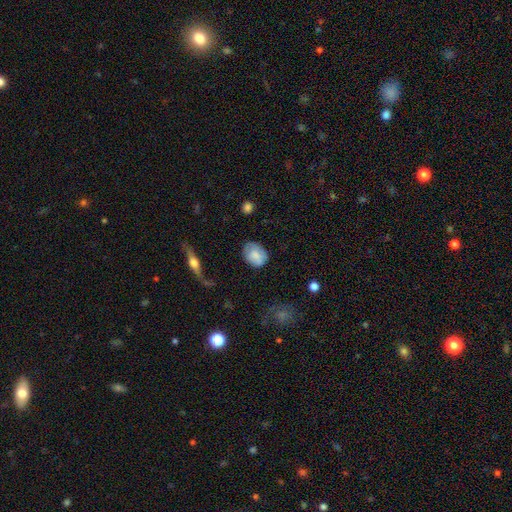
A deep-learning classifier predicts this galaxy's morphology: Q: Smooth or featured?
A: smooth (74%); runner-up: featured or disk (19%)
Q: How rounded?
A: in between (62%); runner-up: round (36%)
Q: Merging?
A: none (67%); runner-up: minor disturbance (25%)